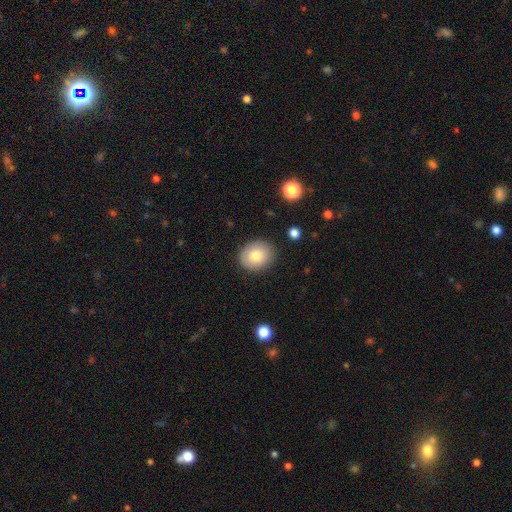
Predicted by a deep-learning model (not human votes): Q: Smooth or featured?
A: smooth (79%); runner-up: featured or disk (12%)
Q: How rounded?
A: round (63%); runner-up: in between (36%)
Q: Merging?
A: none (86%); runner-up: minor disturbance (10%)